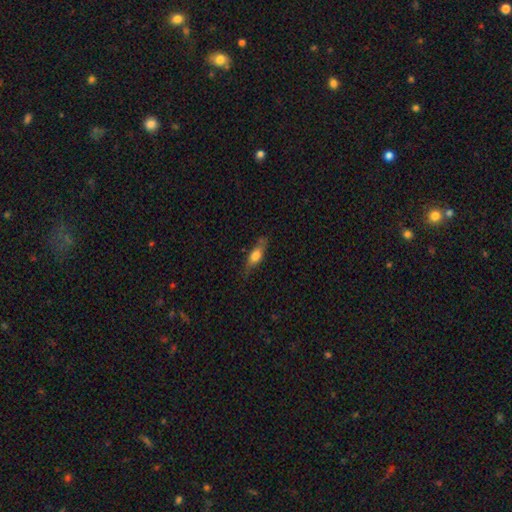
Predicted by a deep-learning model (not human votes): A smooth galaxy with no disk features (63%) that is in between round and cigar-shaped (56%). Merging: none (70%).